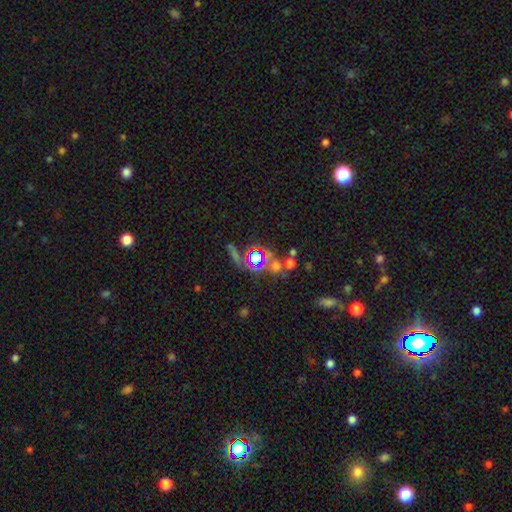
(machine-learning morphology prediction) A star or artifact, not a galaxy (58%).

Vote fractions:
- Smooth or featured? star or artifact: 58% / smooth: 29% / featured or disk: 13%